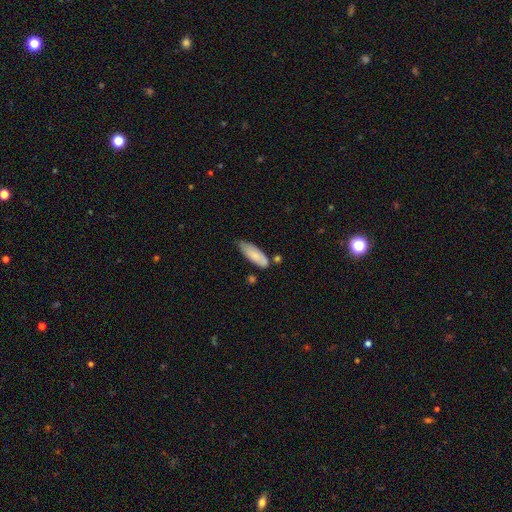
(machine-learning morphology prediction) A smooth galaxy with no disk features (79%) that is in between round and cigar-shaped (63%).

Vote fractions:
- Smooth or featured? smooth: 79% / featured or disk: 15% / star or artifact: 6%
- How rounded? in between: 63% / cigar-shaped: 35% / round: 2%
- Merging? none: 56% / minor disturbance: 32% / merger: 7% / major disturbance: 5%